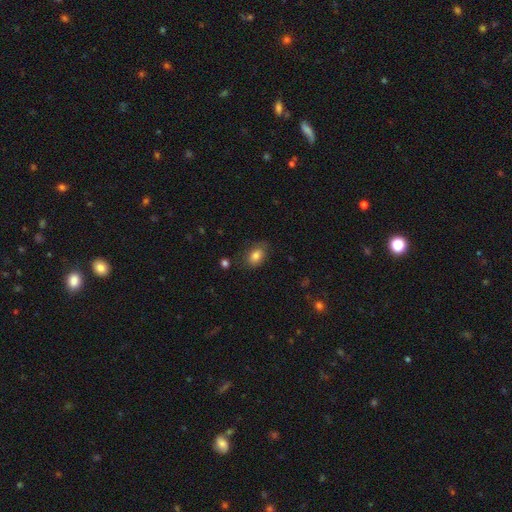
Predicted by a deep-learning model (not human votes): A smooth galaxy with no disk features (82%) that is in between round and cigar-shaped (80%).

Vote fractions:
- Smooth or featured? smooth: 82% / featured or disk: 9% / star or artifact: 9%
- How rounded? in between: 80% / round: 19% / cigar-shaped: 1%
- Merging? none: 74% / minor disturbance: 19% / major disturbance: 5% / merger: 2%